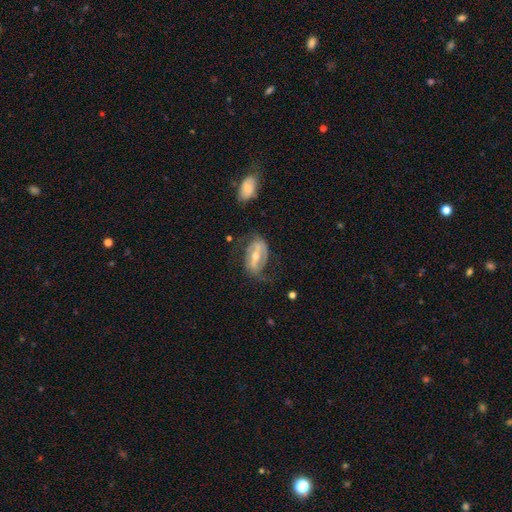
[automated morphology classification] This appears to be a featured or disk galaxy (77%) with a strong bar (48%), 2 (72%) medium (41%) spiral arms (77%) and a moderate central bulge (59%). Merging: none (54%).